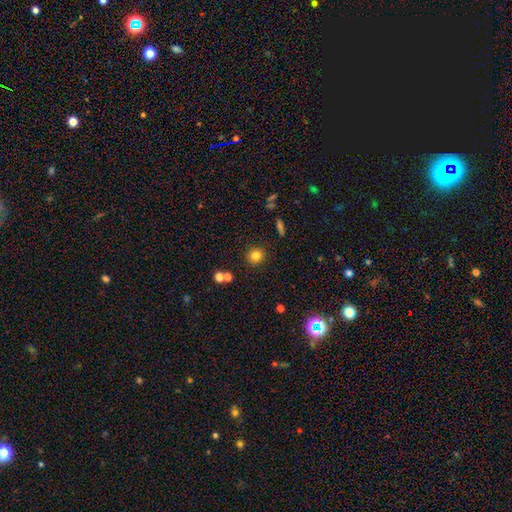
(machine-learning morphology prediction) Smooth or featured?
  - smooth: 80% *
  - star or artifact: 13%
  - featured or disk: 6%
How rounded?
  - round: 91% *
  - in between: 8%
  - cigar-shaped: 1%
Merging?
  - none: 89% *
  - minor disturbance: 6%
  - merger: 3%
  - major disturbance: 2%